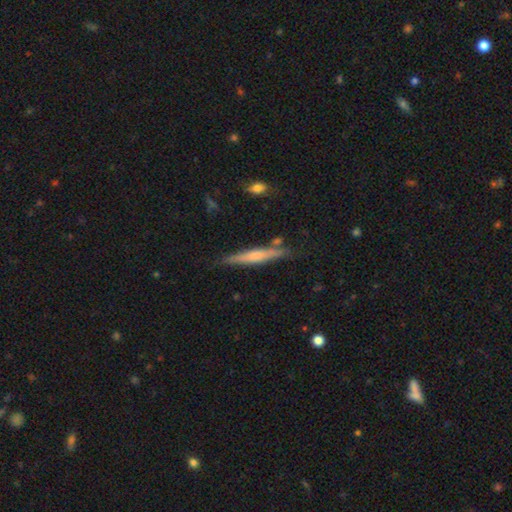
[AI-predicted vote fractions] A featured or disk galaxy (48%). Merging: none (83%).